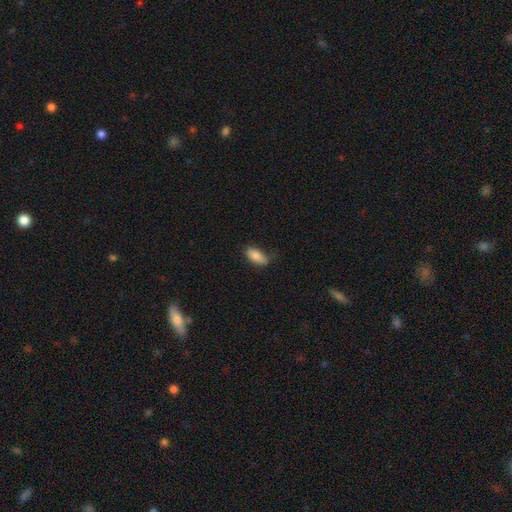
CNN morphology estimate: A smooth galaxy with no disk features (82%) that is in between round and cigar-shaped (89%). Merging: none (73%).